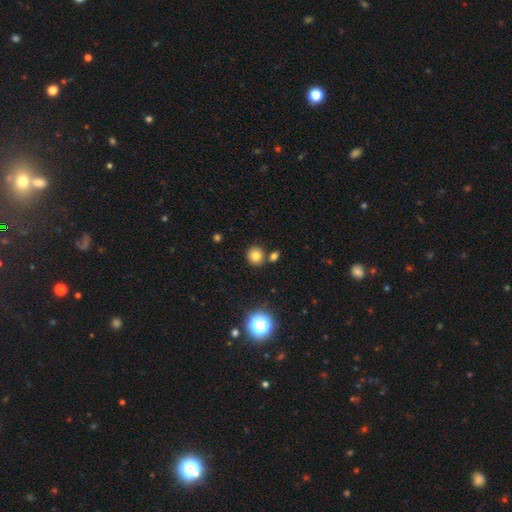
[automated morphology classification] smooth_or_featured: smooth (p=0.79) [alt: star or artifact p=0.14]
how_rounded: round (p=0.89) [alt: in between p=0.10]
merging: none (p=0.78) [alt: merger p=0.12]